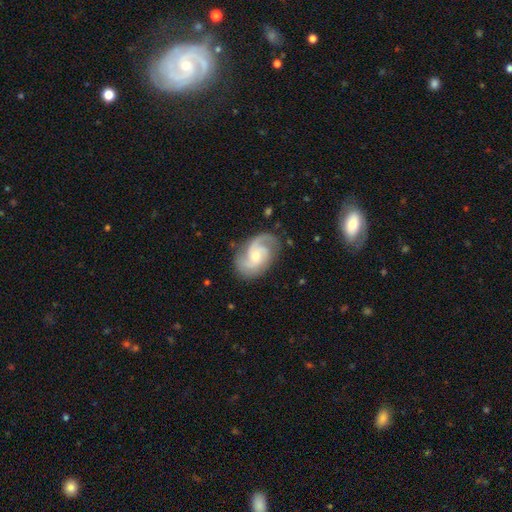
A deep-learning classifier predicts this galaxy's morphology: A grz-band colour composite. It shows a featured or disk galaxy (85%) with no bar (59%), 2 (58%) medium (50%) spiral arms (97%) and a moderate central bulge (49%). Merging: none (74%).